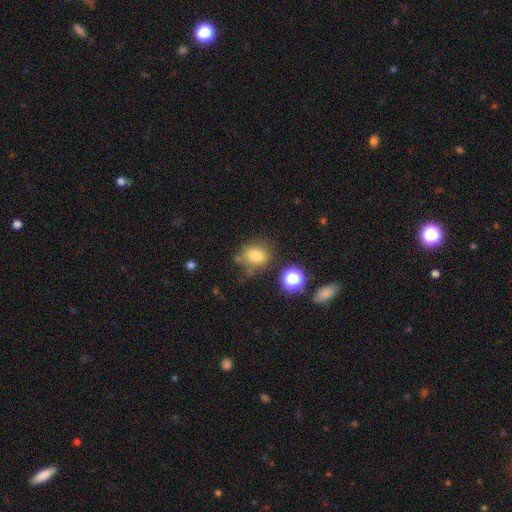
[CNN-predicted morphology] Overall: smooth (76%). How rounded: round (71%). Merging: none (71%).